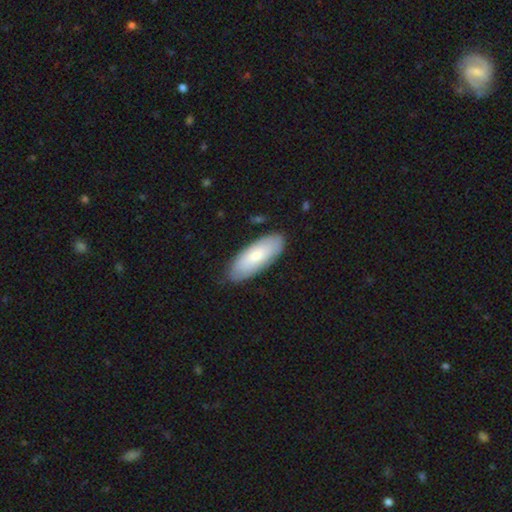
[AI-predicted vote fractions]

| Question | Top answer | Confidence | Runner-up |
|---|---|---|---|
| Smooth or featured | smooth | 76% | featured or disk (19%) |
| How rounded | in between | 78% | cigar-shaped (21%) |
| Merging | none | 84% | minor disturbance (13%) |